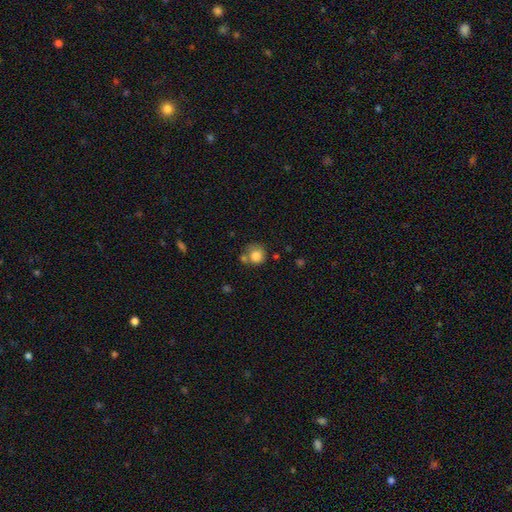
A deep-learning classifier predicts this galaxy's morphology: Smooth or featured? Predicted: smooth (p=0.82). How rounded? Predicted: round (p=0.87). Merging? Predicted: none (p=0.55).